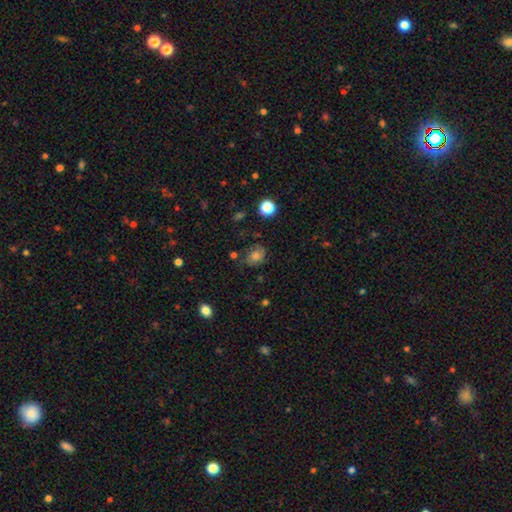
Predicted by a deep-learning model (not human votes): The model was most divided on "how rounded": round: 56%, in between: 43%, cigar-shaped: 1%. More confident: merging — none (60%); smooth or featured — smooth (57%).